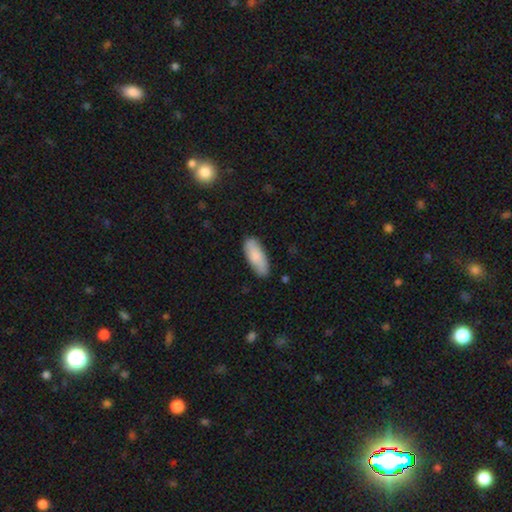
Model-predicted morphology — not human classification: Smooth or featured: smooth — 83% (featured or disk — 11%)
How rounded: in between — 74% (cigar-shaped — 25%)
Merging: none — 83% (minor disturbance — 14%)